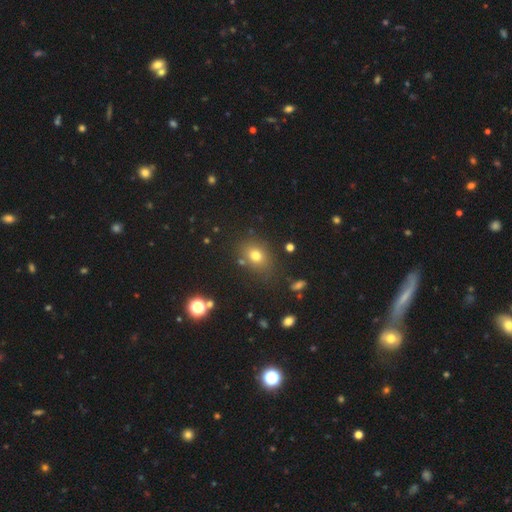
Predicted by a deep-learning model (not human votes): Smooth or featured?
  - smooth: 74% *
  - star or artifact: 16%
  - featured or disk: 10%
How rounded?
  - in between: 55% *
  - round: 44%
  - cigar-shaped: 1%
Merging?
  - none: 78% *
  - minor disturbance: 13%
  - merger: 5%
  - major disturbance: 5%